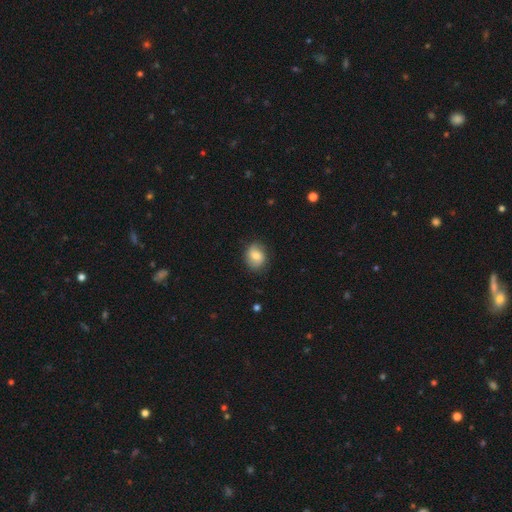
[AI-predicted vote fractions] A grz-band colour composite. It shows a smooth galaxy with no disk features (65%) that is round (57%). Merging: none (79%).